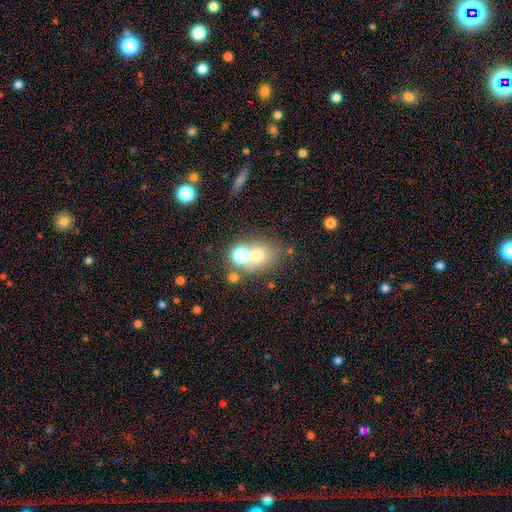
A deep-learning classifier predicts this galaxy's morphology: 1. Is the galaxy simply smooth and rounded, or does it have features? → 63% smooth, 19% star or artifact, 18% featured or disk.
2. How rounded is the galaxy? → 64% round, 35% in between, 1% cigar-shaped.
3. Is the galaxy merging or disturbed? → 51% none, 32% merger, 11% minor disturbance, 6% major disturbance.